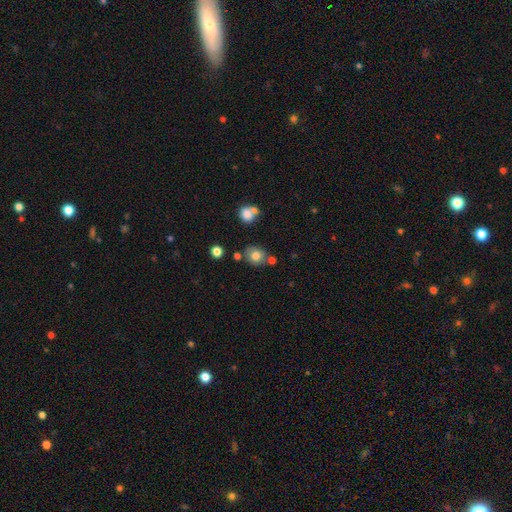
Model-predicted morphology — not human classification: Smooth or featured: smooth — 77% (star or artifact — 12%)
How rounded: round — 71% (in between — 28%)
Merging: none — 70% (minor disturbance — 14%)